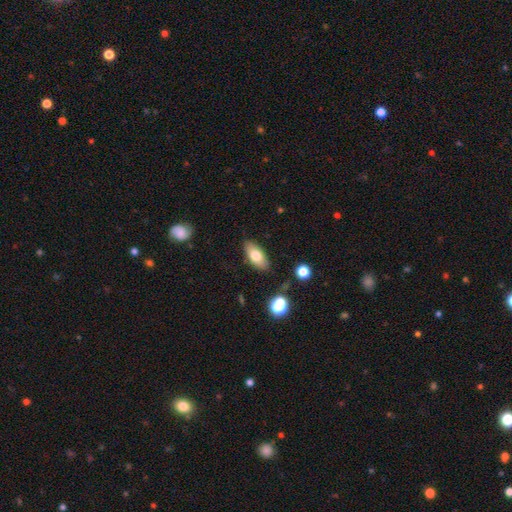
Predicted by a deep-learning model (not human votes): A smooth galaxy with no disk features (74%) that is in between round and cigar-shaped (86%). Merging: none (85%).